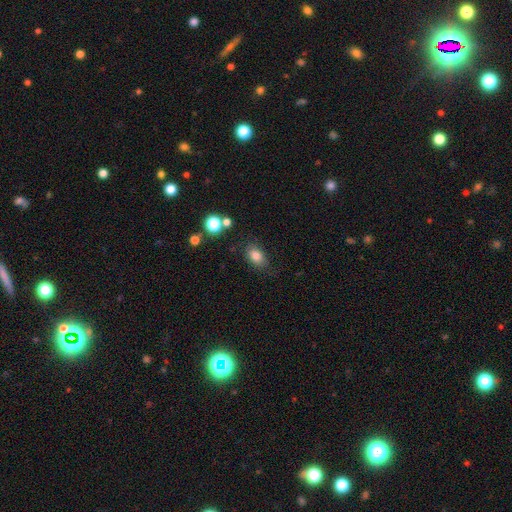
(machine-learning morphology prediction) The model was most divided on "how rounded": in between: 79%, round: 20%, cigar-shaped: 1%. More confident: smooth or featured — smooth (80%); merging — none (76%).